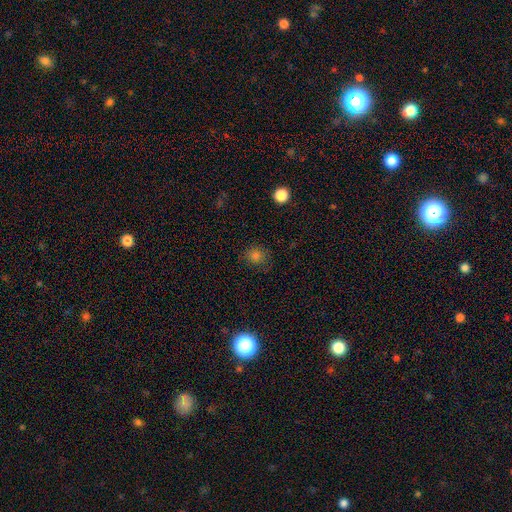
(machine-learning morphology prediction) type=smooth (77%); roundness=round (81%); merging=none (81%).